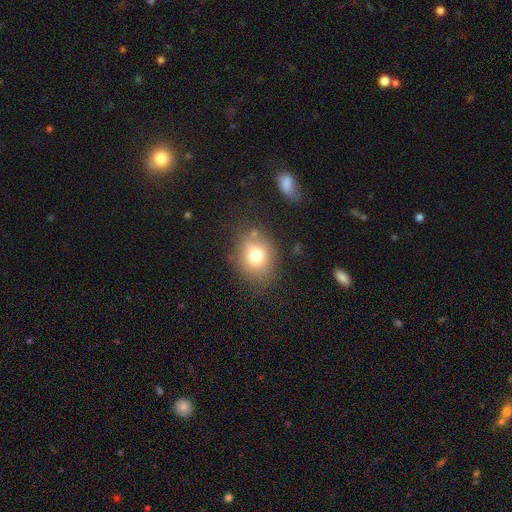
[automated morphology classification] Smooth or featured: smooth — 74% (featured or disk — 14%)
How rounded: round — 56% (in between — 43%)
Merging: none — 73% (minor disturbance — 16%)